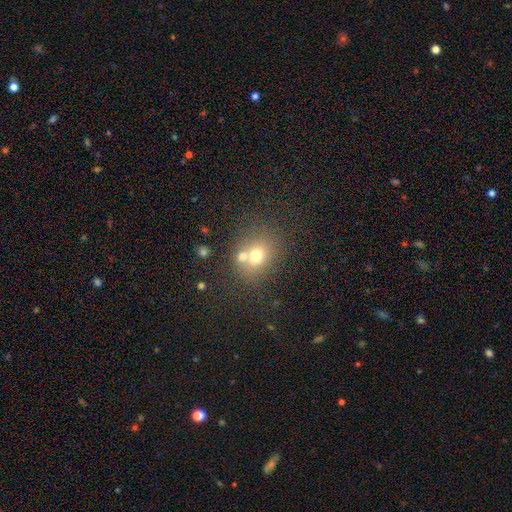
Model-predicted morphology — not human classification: A smooth galaxy with no disk features (66%) that is round (63%). Merging: none (50%).